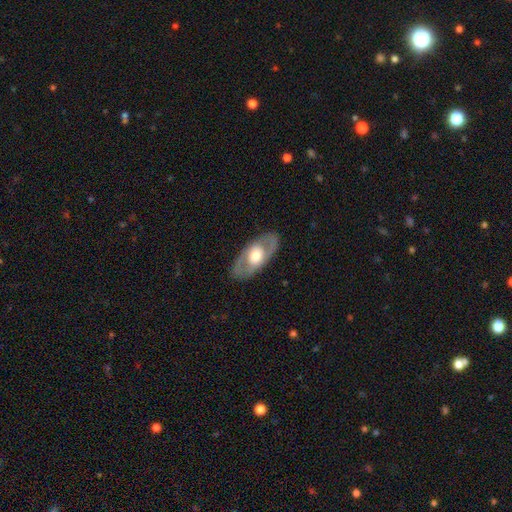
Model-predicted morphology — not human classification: Q: Smooth or featured?
A: featured or disk (62%); runner-up: smooth (33%)
Q: Edge-on disk?
A: no (84%); runner-up: yes (16%)
Q: Bar?
A: no (76%); runner-up: weak (18%)
Q: Spiral arms?
A: no (66%); runner-up: yes (34%)
Q: Bulge size?
A: moderate (56%); runner-up: large (34%)
Q: Merging?
A: none (85%); runner-up: minor disturbance (10%)